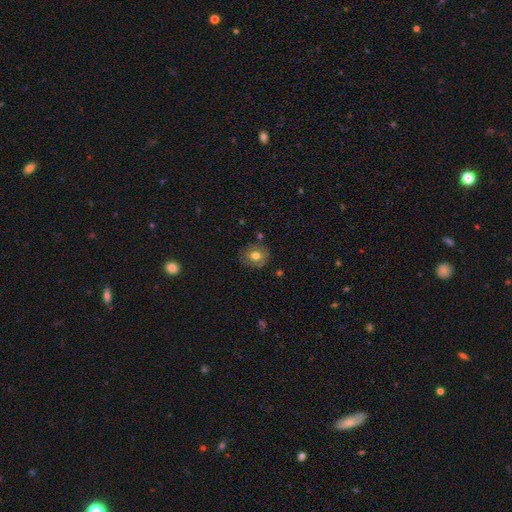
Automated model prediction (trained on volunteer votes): smooth-or-featured: smooth: 70% | featured or disk: 20% | star or artifact: 10%
  how-rounded: round: 71% | in between: 28% | cigar-shaped: 1%
  merging: none: 77% | minor disturbance: 15% | merger: 4% | major disturbance: 4%